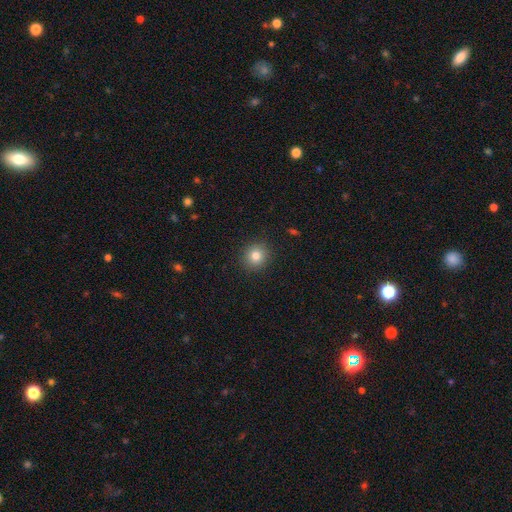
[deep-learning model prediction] This appears to be a smooth galaxy with no disk features (81%) that is round (91%). Merging: none (91%).